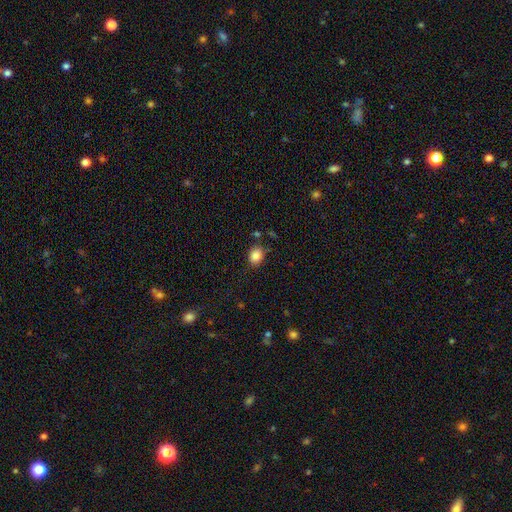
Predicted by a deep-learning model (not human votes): A smooth galaxy with no disk features (85%) that is round (51%).

Vote fractions:
- Smooth or featured? smooth: 85% / star or artifact: 10% / featured or disk: 5%
- How rounded? round: 51% / in between: 49% / cigar-shaped: 1%
- Merging? none: 82% / minor disturbance: 12% / merger: 4% / major disturbance: 3%